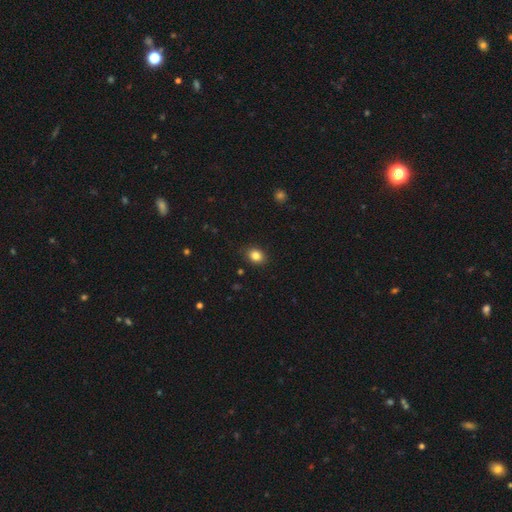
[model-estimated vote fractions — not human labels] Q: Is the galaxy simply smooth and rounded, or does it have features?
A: smooth — 84%.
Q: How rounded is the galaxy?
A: in between — 55%.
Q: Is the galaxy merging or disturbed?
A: none — 87%.